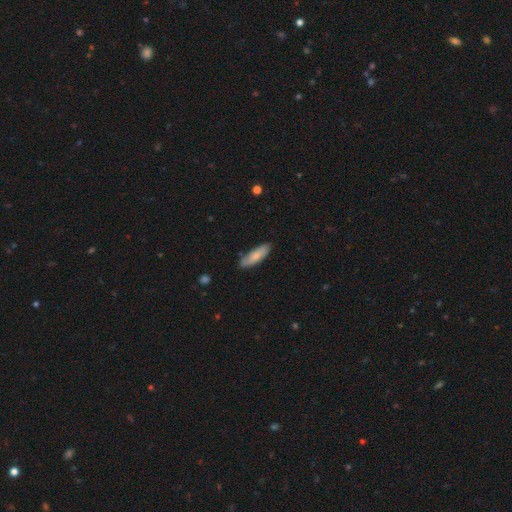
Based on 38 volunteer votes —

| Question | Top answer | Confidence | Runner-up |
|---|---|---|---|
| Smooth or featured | smooth | 79% | featured or disk (16%) |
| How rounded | in between | 53% | cigar-shaped (43%) |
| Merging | none | 86% | minor disturbance (11%) |